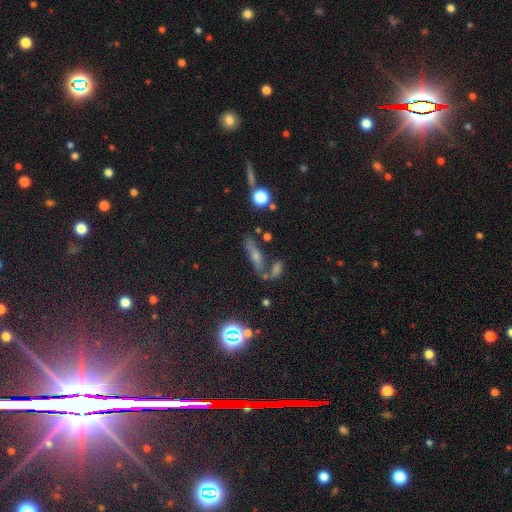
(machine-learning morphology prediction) smooth-or-featured: featured or disk: 40% | smooth: 35% | star or artifact: 24%
  merging: none: 55% | merger: 24% | minor disturbance: 13% | major disturbance: 8%